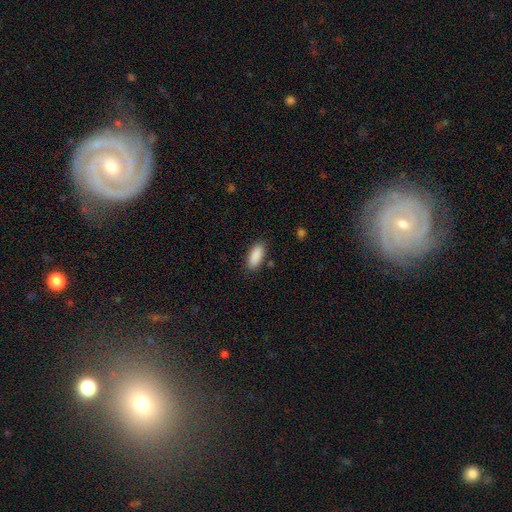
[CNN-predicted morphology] Smooth or featured?
  - smooth: 90% *
  - star or artifact: 6%
  - featured or disk: 4%
How rounded?
  - in between: 82% *
  - cigar-shaped: 17%
  - round: 2%
Merging?
  - none: 85% *
  - minor disturbance: 11%
  - major disturbance: 3%
  - merger: 2%